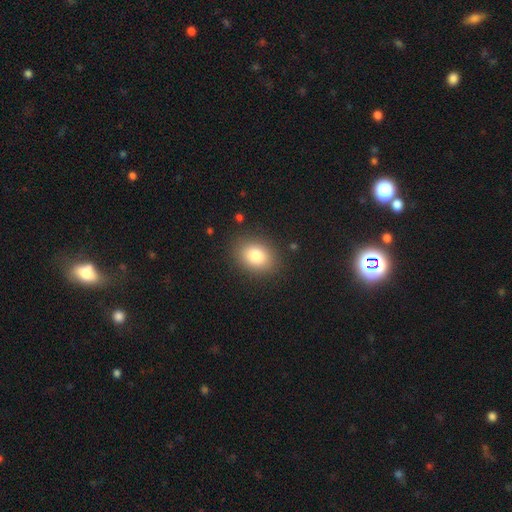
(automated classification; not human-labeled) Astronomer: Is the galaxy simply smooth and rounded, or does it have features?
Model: smooth — 82%.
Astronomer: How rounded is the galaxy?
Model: in between — 65%.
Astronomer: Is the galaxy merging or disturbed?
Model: none — 87%.